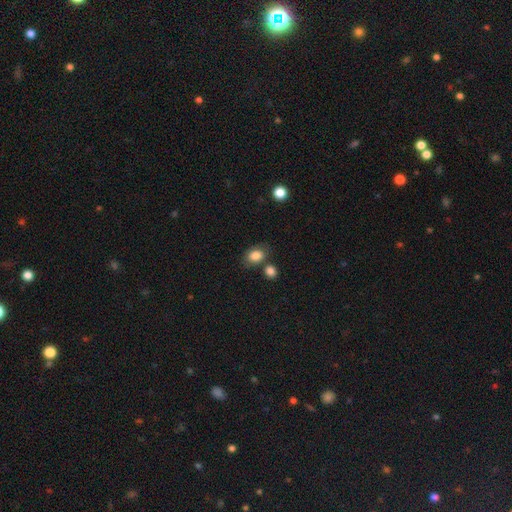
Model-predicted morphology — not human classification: Smooth or featured? smooth (83%)
How rounded? in between (72%)
Merging? none (65%)